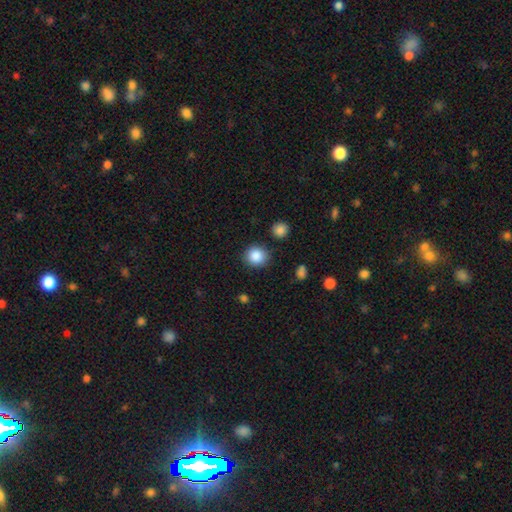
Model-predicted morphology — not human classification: The model was most divided on "how rounded": round: 88%, in between: 11%, cigar-shaped: 1%. More confident: smooth or featured — smooth (87%); merging — none (86%).